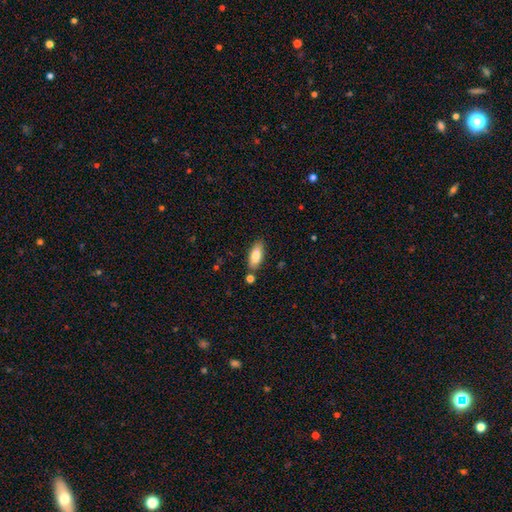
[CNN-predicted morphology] This appears to be a smooth galaxy with no disk features (79%) that is in between round and cigar-shaped (80%). Merging: none (78%).